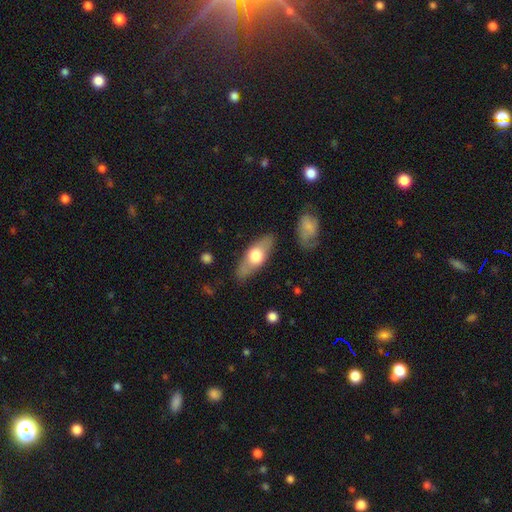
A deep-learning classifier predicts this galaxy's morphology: smooth_or_featured: smooth (p=0.53) [alt: featured or disk p=0.42]
how_rounded: in between (p=0.66) [alt: cigar-shaped p=0.30]
merging: none (p=0.83) [alt: minor disturbance p=0.12]